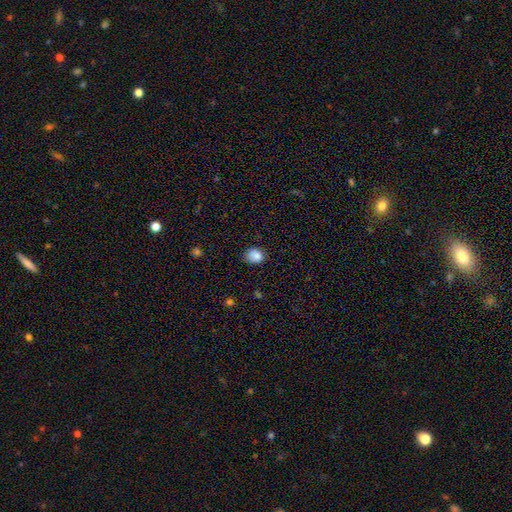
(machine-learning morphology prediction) Smooth or featured: smooth — 86% (star or artifact — 10%)
How rounded: round — 64% (in between — 35%)
Merging: none — 73% (minor disturbance — 22%)